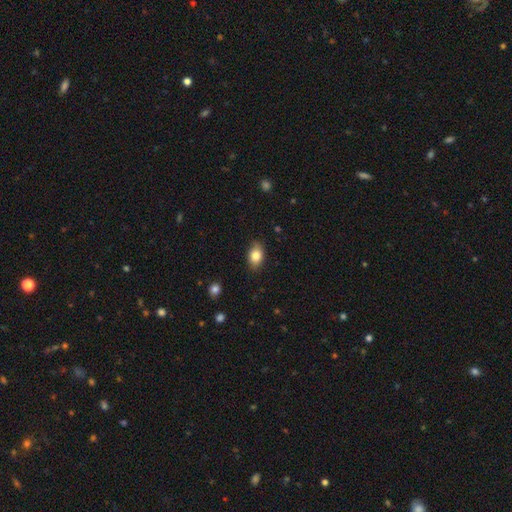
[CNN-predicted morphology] A smooth galaxy with no disk features (83%) that is in between round and cigar-shaped (85%).

Vote fractions:
- Smooth or featured? smooth: 83% / featured or disk: 9% / star or artifact: 8%
- How rounded? in between: 85% / round: 14% / cigar-shaped: 2%
- Merging? none: 84% / minor disturbance: 12% / major disturbance: 2% / merger: 1%